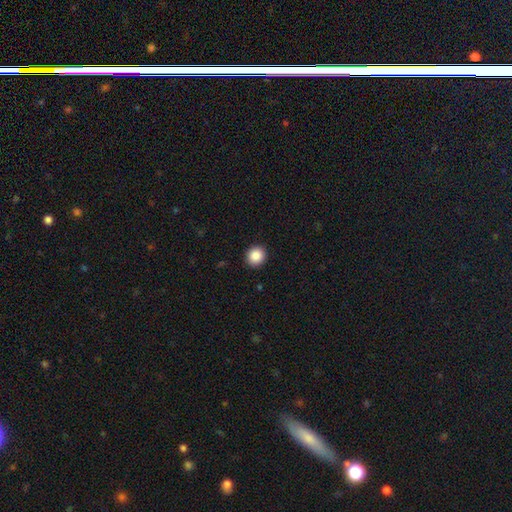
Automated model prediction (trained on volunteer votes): Smooth or featured? Predicted: smooth (p=0.88). How rounded? Predicted: round (p=0.91). Merging? Predicted: none (p=0.92).